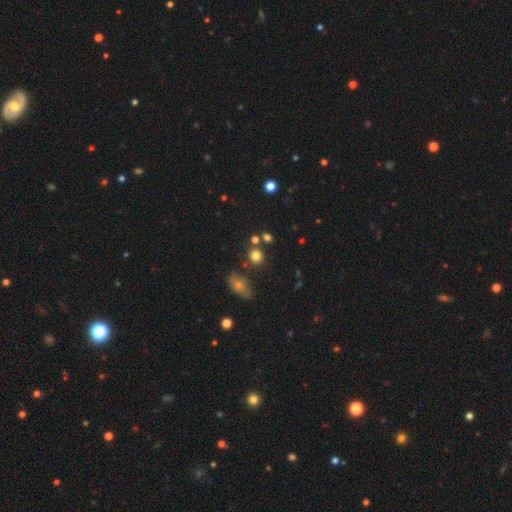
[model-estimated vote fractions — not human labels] A smooth galaxy with no disk features (78%) that is round (79%).

Vote fractions:
- Smooth or featured? smooth: 78% / star or artifact: 15% / featured or disk: 8%
- How rounded? round: 79% / in between: 20% / cigar-shaped: 1%
- Merging? none: 74% / merger: 12% / minor disturbance: 11% / major disturbance: 4%